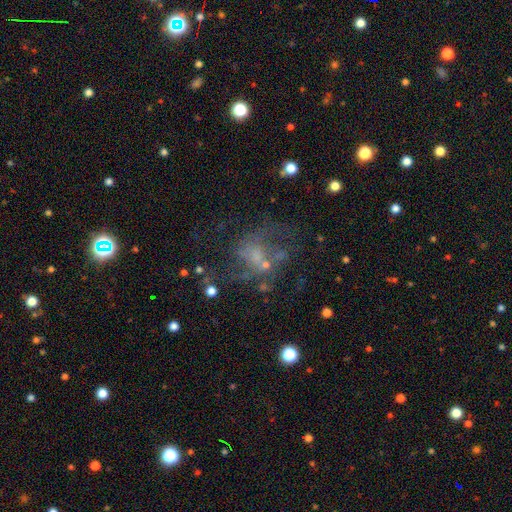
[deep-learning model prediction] smooth-or-featured: featured or disk: 62% | smooth: 21% | star or artifact: 17%
  disk-edge-on: no: 98% | yes: 2%
    bar: no: 72% | weak: 23% | strong: 5%
    has-spiral-arms: yes: 62% | no: 38%
    bulge-size: small: 36% | none: 35% | moderate: 23% | large: 4% | dominant: 2%
  merging: none: 45% | major disturbance: 30% | minor disturbance: 18% | merger: 7%